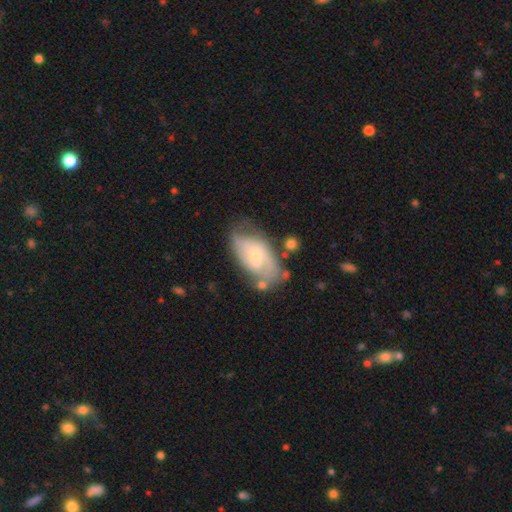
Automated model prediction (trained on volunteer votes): This is likely a featured or disk galaxy (74%). It is clearly not viewed edge-on (95%). Bar: possibly weak (48%). Spiral arm pattern: clearly yes (90%). Spiral arm count: likely 2 (67%). Spiral winding: possibly medium (46%). Central bulge: likely small (62%). Merging: likely none (60%).